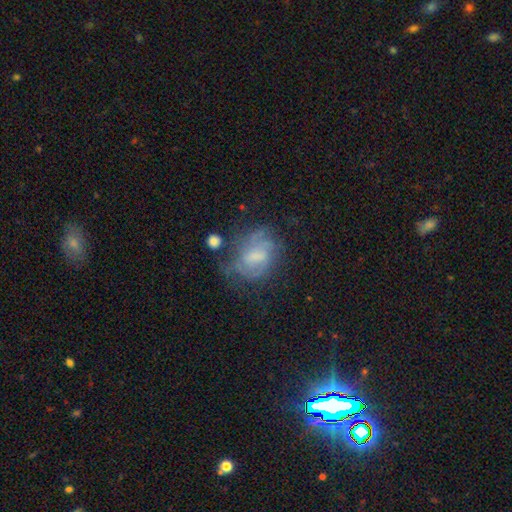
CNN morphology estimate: A featured or disk galaxy (56%) with a weak bar (46%), spiral arms (65%) and a moderate central bulge (32%). Merging: none (45%).